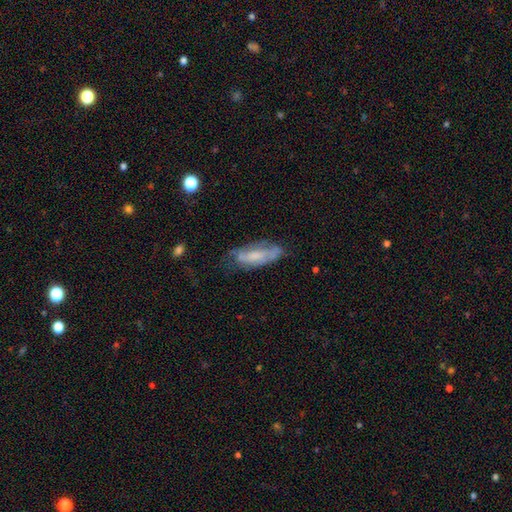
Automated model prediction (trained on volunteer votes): Smooth or featured: featured or disk — 48% (smooth — 44%)
Merging: none — 52% (minor disturbance — 30%)